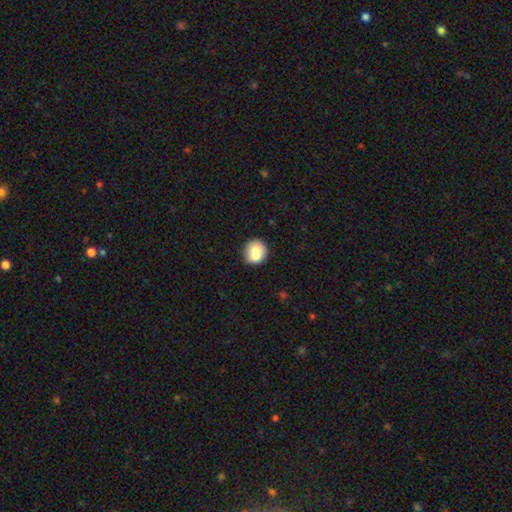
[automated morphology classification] The model was most divided on "merging": none: 54%, merger: 27%, minor disturbance: 14%, major disturbance: 4%. More confident: how rounded — round (82%); smooth or featured — smooth (74%).